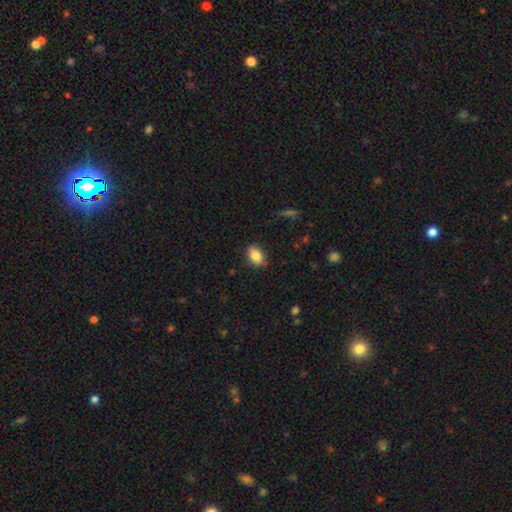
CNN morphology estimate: Overall: smooth (83%). How rounded: in between (84%). Merging: none (83%).